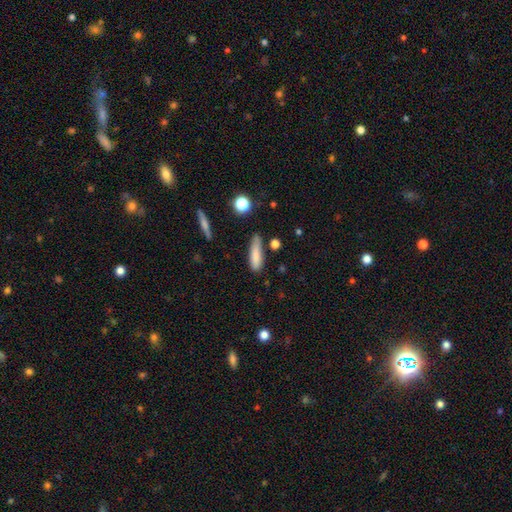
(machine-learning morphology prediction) The model was most divided on "how rounded": cigar-shaped: 69%, in between: 29%, round: 2%. More confident: smooth or featured — smooth (81%); merging — none (66%).